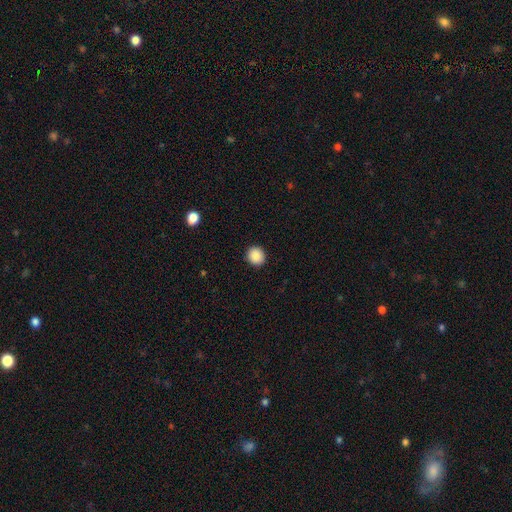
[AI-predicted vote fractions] Smooth or featured?
  - smooth: 89% *
  - star or artifact: 8%
  - featured or disk: 3%
How rounded?
  - round: 84% *
  - in between: 15%
  - cigar-shaped: 1%
Merging?
  - none: 92% *
  - minor disturbance: 5%
  - major disturbance: 2%
  - merger: 1%